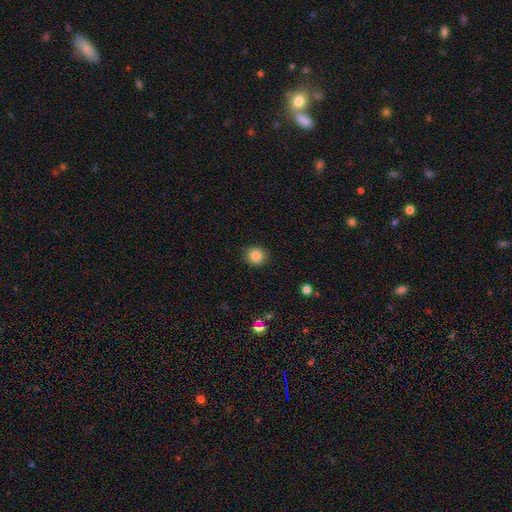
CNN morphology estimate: smooth-or-featured: smooth: 85% | star or artifact: 10% | featured or disk: 5%
  how-rounded: round: 88% | in between: 11% | cigar-shaped: 1%
  merging: none: 88% | minor disturbance: 8% | major disturbance: 2% | merger: 1%